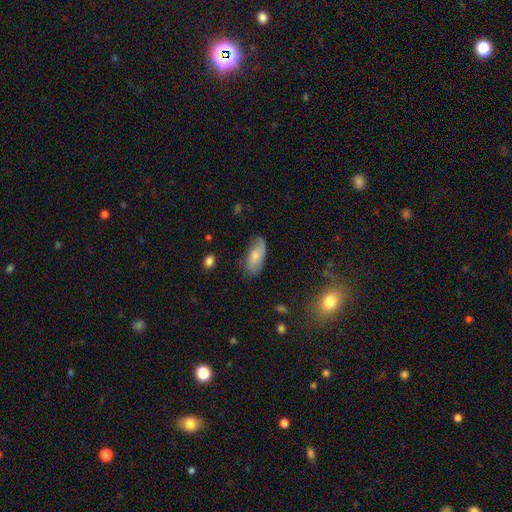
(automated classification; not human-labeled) A smooth galaxy with no disk features (59%) that is in between round and cigar-shaped (86%). Merging: none (71%).